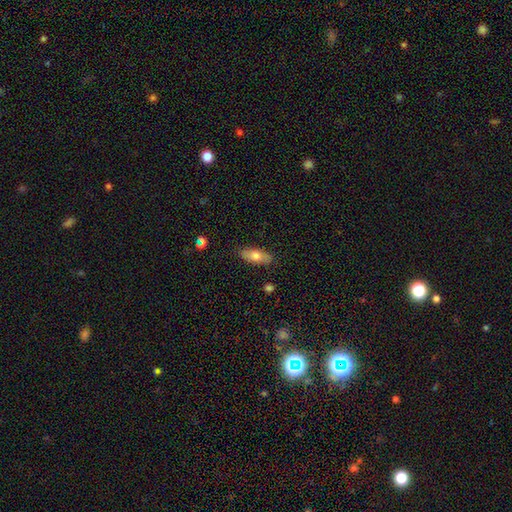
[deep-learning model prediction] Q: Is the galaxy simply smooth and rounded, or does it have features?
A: smooth — 70%.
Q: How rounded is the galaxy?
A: in between — 75%.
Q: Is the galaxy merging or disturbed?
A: none — 87%.